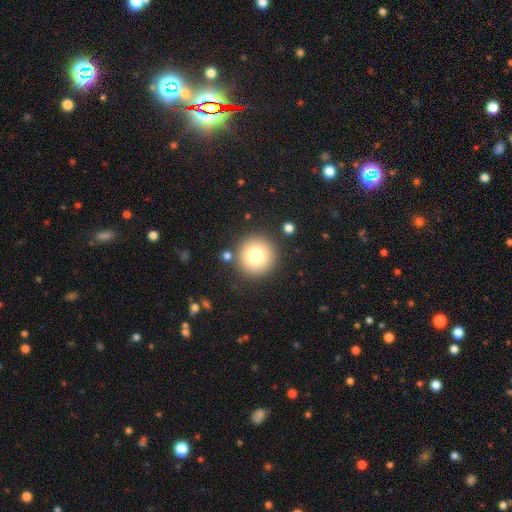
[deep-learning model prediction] Smooth or featured? Predicted: smooth (p=0.76). How rounded? Predicted: round (p=0.96). Merging? Predicted: none (p=0.88).